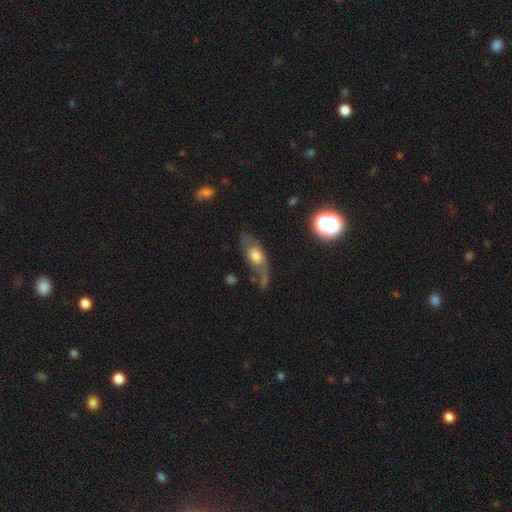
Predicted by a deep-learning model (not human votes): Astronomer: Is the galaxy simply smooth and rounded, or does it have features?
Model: featured or disk — 46% (runner-up: smooth, 45%).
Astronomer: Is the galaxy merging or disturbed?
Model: none — 46% (runner-up: minor disturbance, 24%).